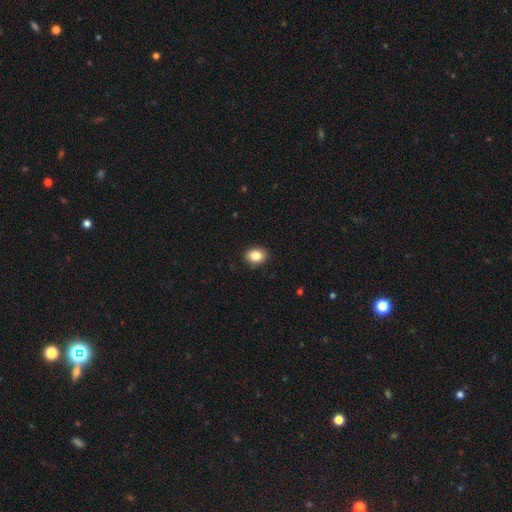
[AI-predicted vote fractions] This is clearly a smooth galaxy (84%). How rounded: possibly in between (57%). Merging: clearly none (89%).